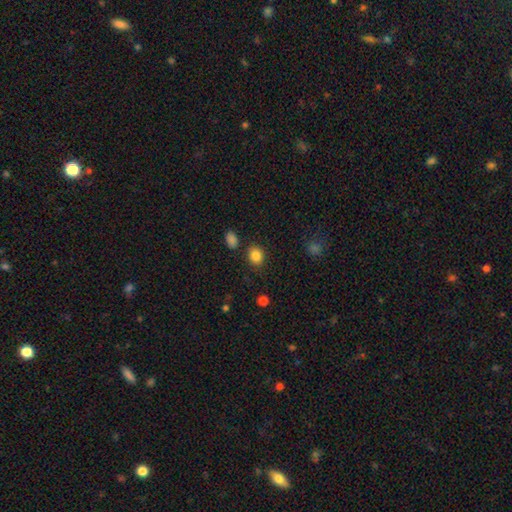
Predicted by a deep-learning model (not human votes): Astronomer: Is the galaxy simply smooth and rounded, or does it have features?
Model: smooth — 85%.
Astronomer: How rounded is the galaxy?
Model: round — 61% (runner-up: in between, 38%).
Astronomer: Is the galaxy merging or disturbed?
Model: none — 84%.